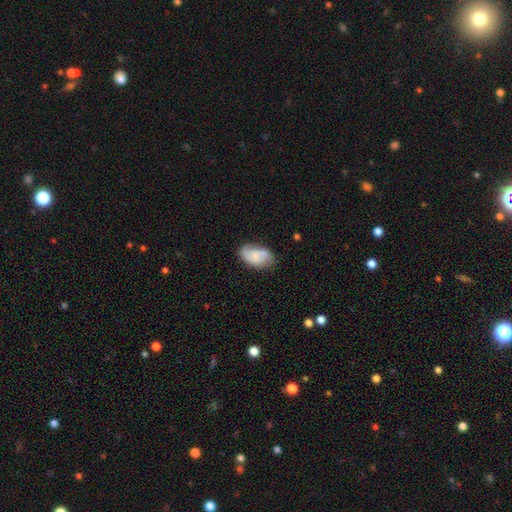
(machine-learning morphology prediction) Smooth or featured? Predicted: smooth (p=0.52). How rounded? Predicted: in between (p=0.92). Merging? Predicted: none (p=0.62).